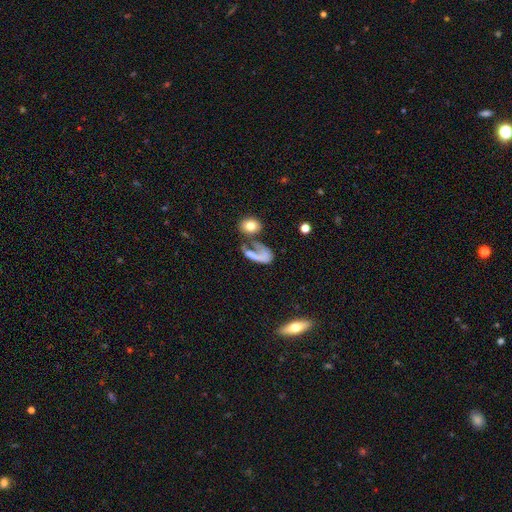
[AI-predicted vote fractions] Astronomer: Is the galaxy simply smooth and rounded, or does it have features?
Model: smooth — 50% (runner-up: featured or disk, 38%).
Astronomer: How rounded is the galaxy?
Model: in between — 67%.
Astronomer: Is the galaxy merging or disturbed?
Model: major disturbance — 36% (runner-up: merger, 29%).